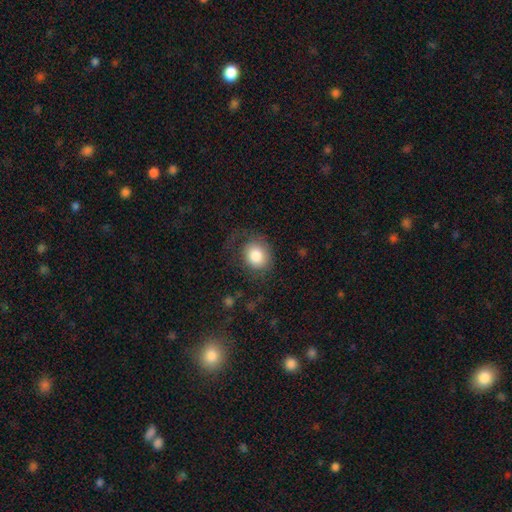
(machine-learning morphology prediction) This is clearly a smooth galaxy (81%). How rounded: likely round (66%). Merging: possibly none (59%).